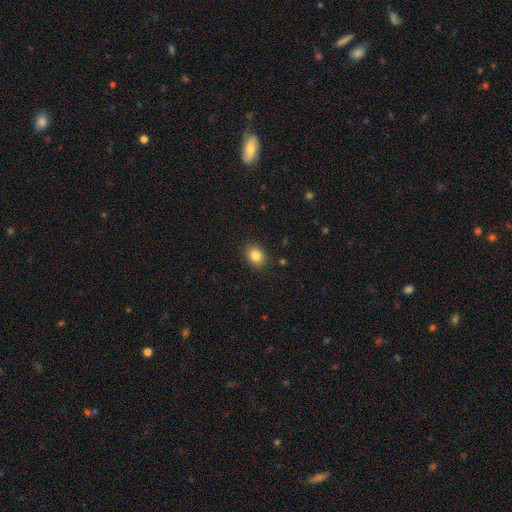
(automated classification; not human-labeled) Overall: smooth (84%). How rounded: in between (50%; round 49%). Merging: none (89%).